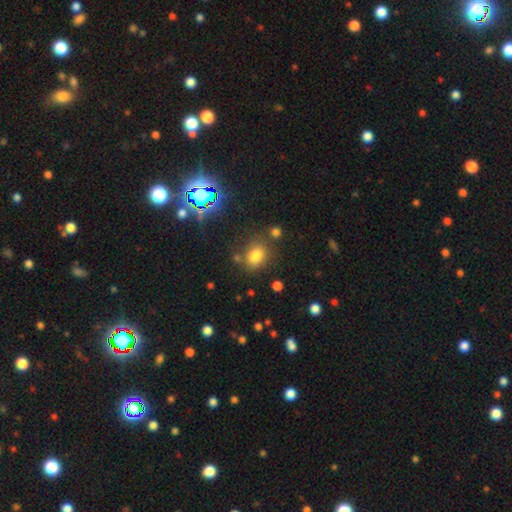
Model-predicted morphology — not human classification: This is likely a smooth galaxy (76%). How rounded: possibly in between (50%). Merging: likely none (75%).